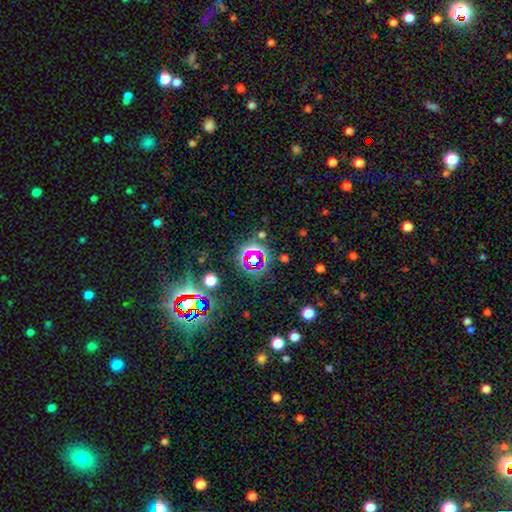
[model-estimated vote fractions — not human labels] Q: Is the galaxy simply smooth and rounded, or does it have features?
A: star or artifact — 65%.